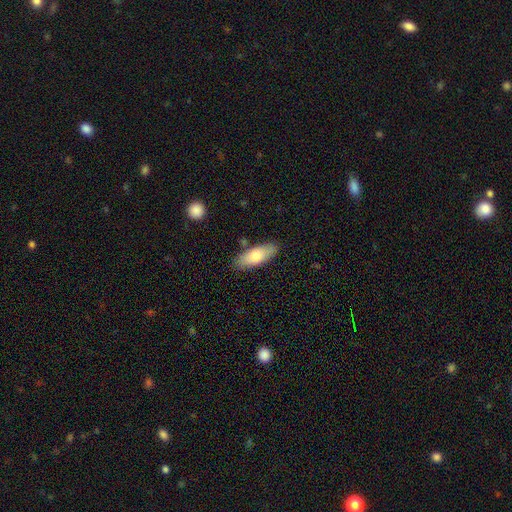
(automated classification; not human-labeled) smooth_or_featured: smooth (p=0.74) [alt: featured or disk p=0.20]
how_rounded: in between (p=0.76) [alt: cigar-shaped p=0.22]
merging: none (p=0.83) [alt: minor disturbance p=0.12]